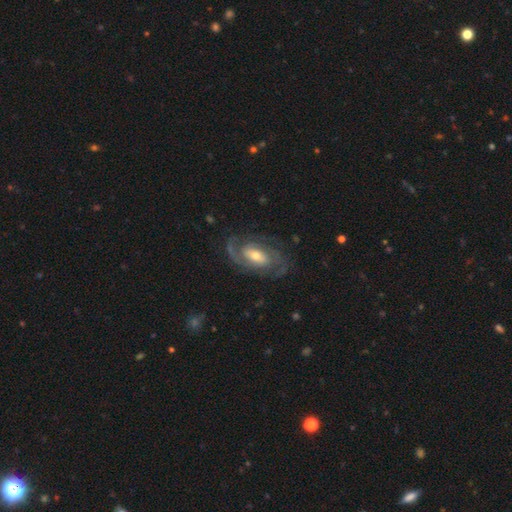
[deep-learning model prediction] Q: Smooth or featured?
A: featured or disk (85%); runner-up: smooth (10%)
Q: Edge-on disk?
A: no (96%); runner-up: yes (4%)
Q: Bar?
A: no (43%); runner-up: weak (38%)
Q: Spiral arms?
A: yes (94%); runner-up: no (6%)
Q: Spiral winding?
A: tight (43%); tied with: medium (43%)
Q: Spiral arm count?
A: 2 (60%); runner-up: can't tell (15%)
Q: Bulge size?
A: moderate (59%); runner-up: small (31%)
Q: Merging?
A: none (73%); runner-up: minor disturbance (16%)